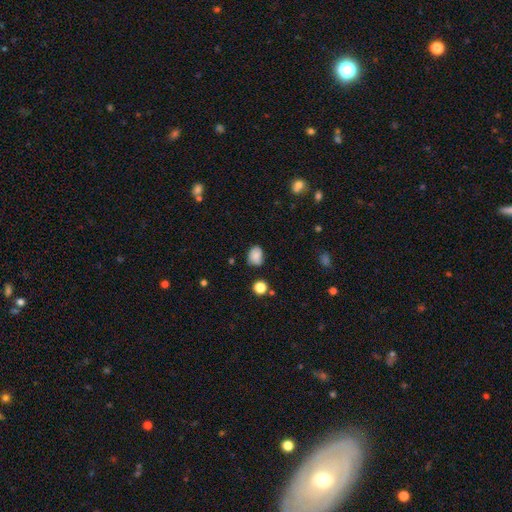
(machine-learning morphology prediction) Smooth or featured: smooth — 81% (star or artifact — 10%)
How rounded: in between — 61% (round — 38%)
Merging: none — 67% (minor disturbance — 25%)